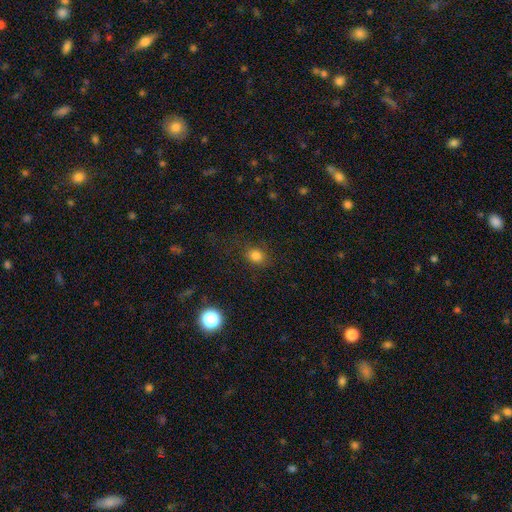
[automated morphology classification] This is clearly a smooth galaxy (80%). How rounded: likely round (62%). Merging: clearly none (81%).